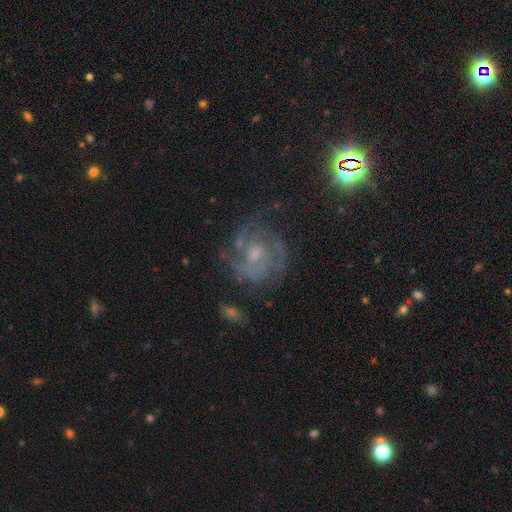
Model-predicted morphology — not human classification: Smooth or featured? featured or disk (80%)
Edge-on disk? no (98%)
Bar? no (61%)
Spiral arms? yes (92%)
Spiral winding? tight (50%)
Spiral arm count? 3 (28%)
Bulge size? small (48%)
Merging? none (68%)